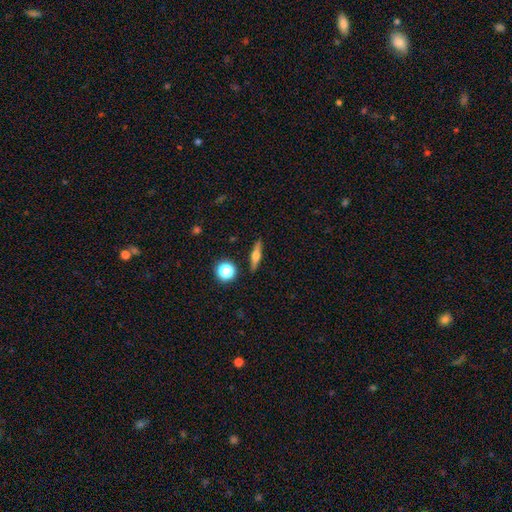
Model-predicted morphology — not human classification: The model was most divided on "smooth or featured": featured or disk: 50%, smooth: 41%, star or artifact: 9%. More confident: merging — none (89%).